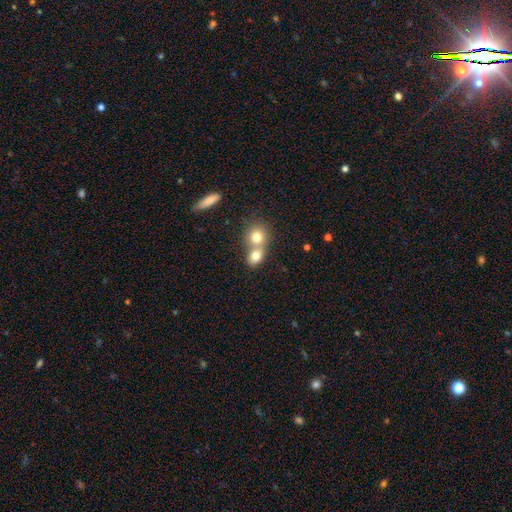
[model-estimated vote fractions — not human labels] Smooth or featured? Predicted: smooth (p=0.78). How rounded? Predicted: round (p=0.60). Merging? Predicted: merger (p=0.60).